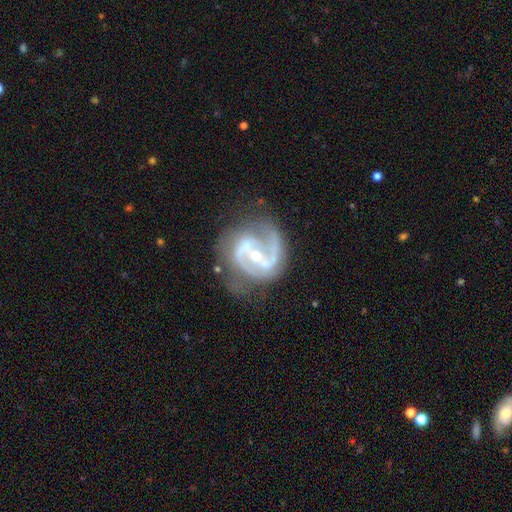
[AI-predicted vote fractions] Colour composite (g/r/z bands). It shows a featured or disk galaxy (91%) with a weak bar (37%, tied with strong), 2 (81%) medium (57%) spiral arms (97%) and a small central bulge (53%). Merging: none (61%).